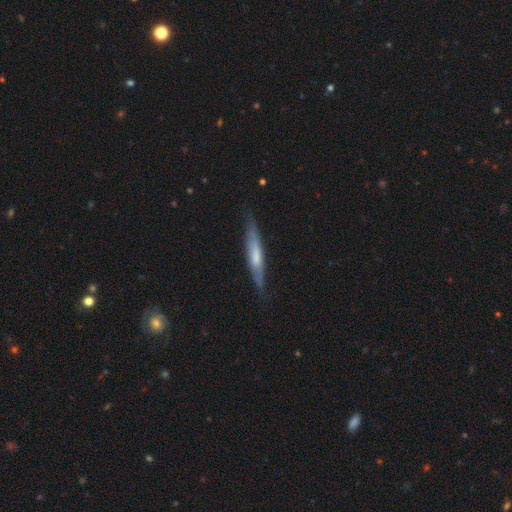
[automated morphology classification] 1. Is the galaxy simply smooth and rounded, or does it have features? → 49% smooth, 45% featured or disk, 6% star or artifact.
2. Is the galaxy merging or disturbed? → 80% none, 16% minor disturbance, 3% major disturbance, 1% merger.